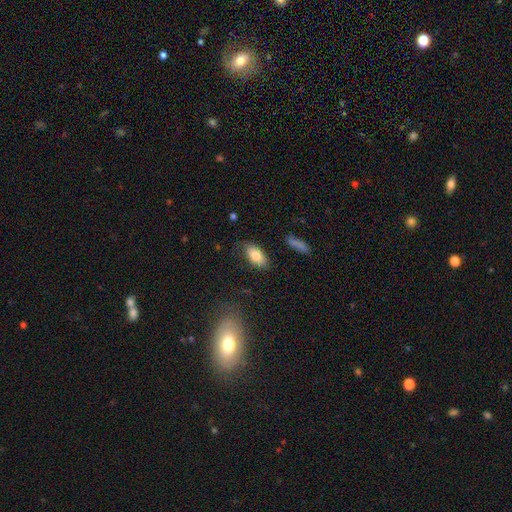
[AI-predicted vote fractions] Morphology: type=smooth (80%); roundness=in between (93%); merging=none (77%).